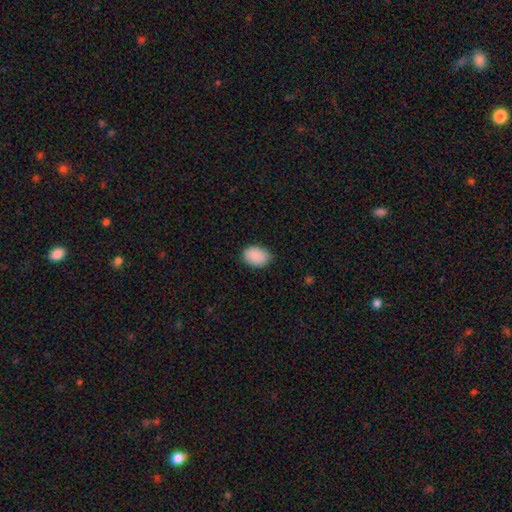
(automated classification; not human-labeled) A smooth galaxy with no disk features (90%) that is in between round and cigar-shaped (76%). Merging: none (78%).